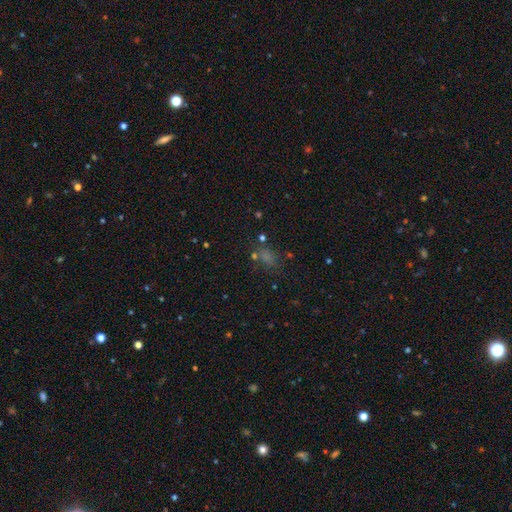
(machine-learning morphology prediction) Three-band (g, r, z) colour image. It shows a smooth galaxy with no disk features (54%) that is in between round and cigar-shaped (67%). Merging: none (64%).